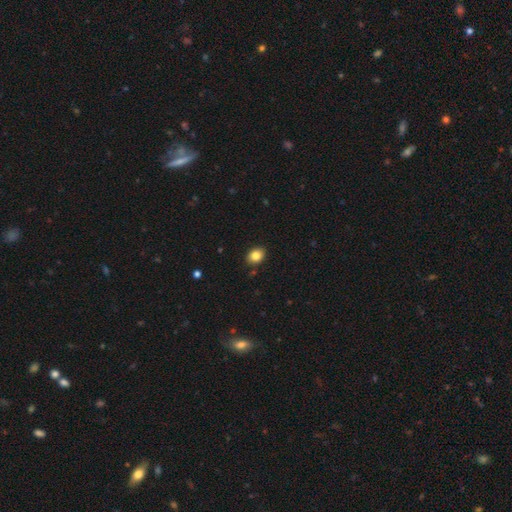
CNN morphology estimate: Overall: smooth (84%). How rounded: in between (63%; round 36%). Merging: none (88%).